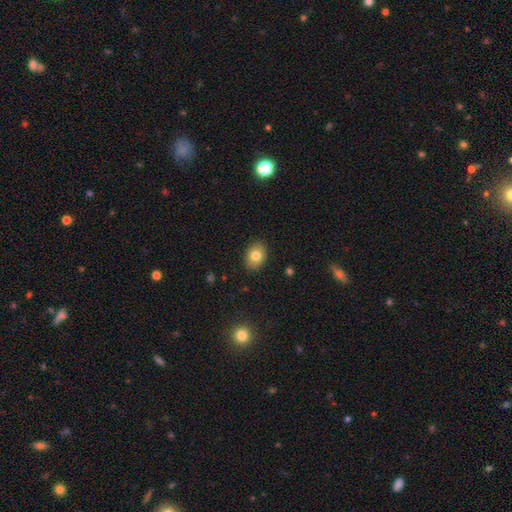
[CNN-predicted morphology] This is likely a smooth galaxy (79%). How rounded: likely in between (66%). Merging: clearly none (89%).